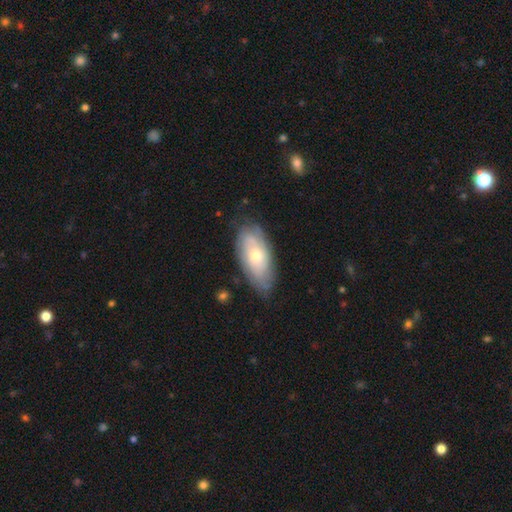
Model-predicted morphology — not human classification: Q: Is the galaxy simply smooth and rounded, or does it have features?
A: featured or disk — 54%.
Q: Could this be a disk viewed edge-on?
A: no — 87%.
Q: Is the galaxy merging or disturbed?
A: none — 73%.